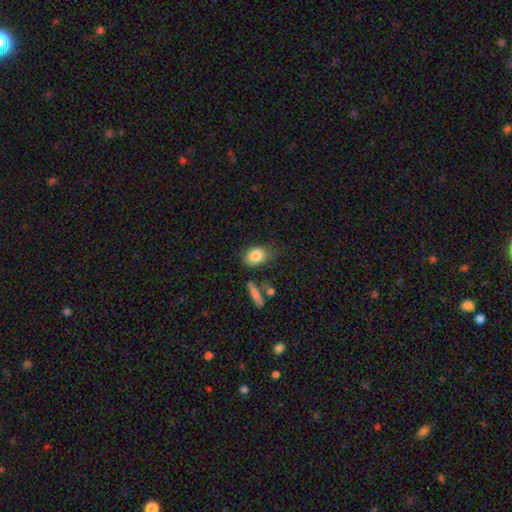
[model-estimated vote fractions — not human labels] The model was most divided on "merging": none: 62%, minor disturbance: 25%, major disturbance: 8%, merger: 5%. More confident: smooth or featured — smooth (84%); how rounded — in between (72%).